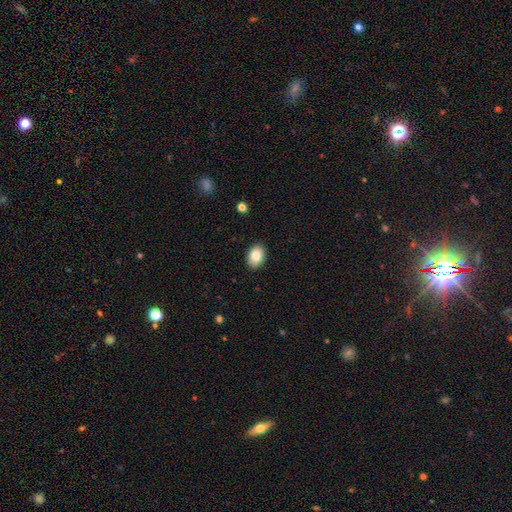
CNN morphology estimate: smooth 85%, star or artifact 8%, featured or disk 7%. Down the decision tree: how rounded — in between (77%); merging — none (90%).